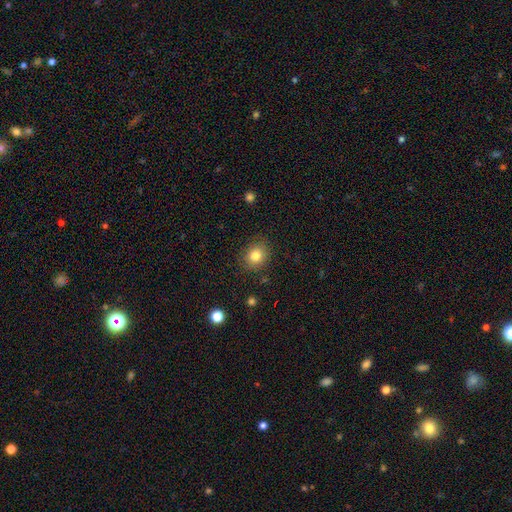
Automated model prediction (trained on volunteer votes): smooth_or_featured: smooth (p=0.82) [alt: star or artifact p=0.11]
how_rounded: round (p=0.71) [alt: in between p=0.29]
merging: none (p=0.85) [alt: minor disturbance p=0.11]